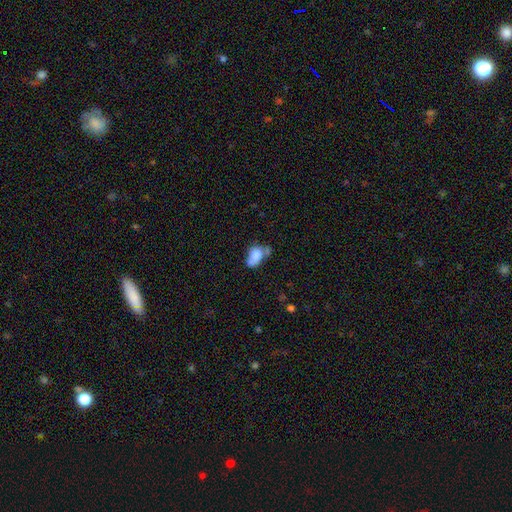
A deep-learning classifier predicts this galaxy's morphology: This is likely a smooth galaxy (74%). How rounded: clearly in between (81%). Merging: marginally merger (31%).